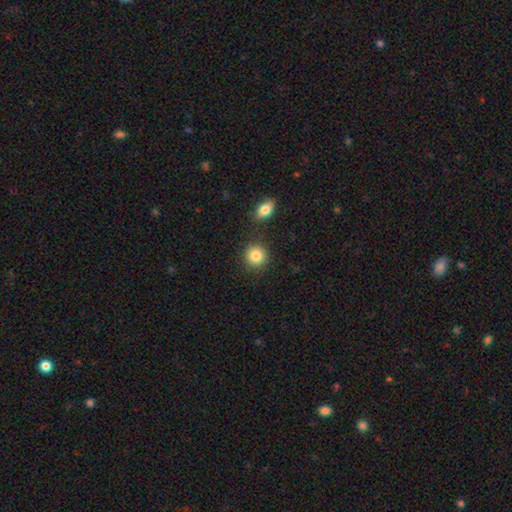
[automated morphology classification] smooth_or_featured: smooth (p=0.85) [alt: star or artifact p=0.09]
how_rounded: round (p=0.88) [alt: in between p=0.11]
merging: none (p=0.83) [alt: minor disturbance p=0.08]